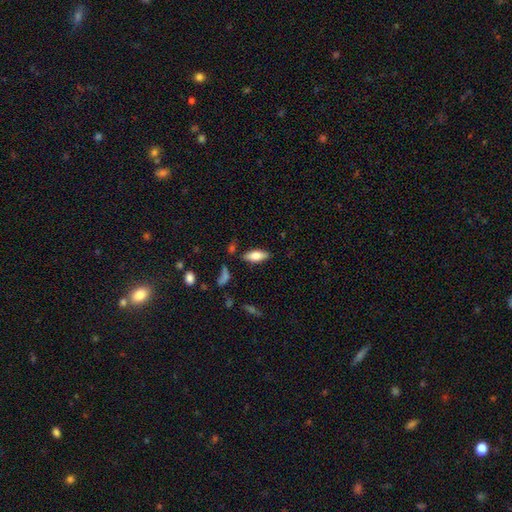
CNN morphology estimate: smooth_or_featured: smooth (p=0.74) [alt: featured or disk p=0.19]
how_rounded: in between (p=0.76) [alt: cigar-shaped p=0.22]
merging: none (p=0.81) [alt: minor disturbance p=0.13]